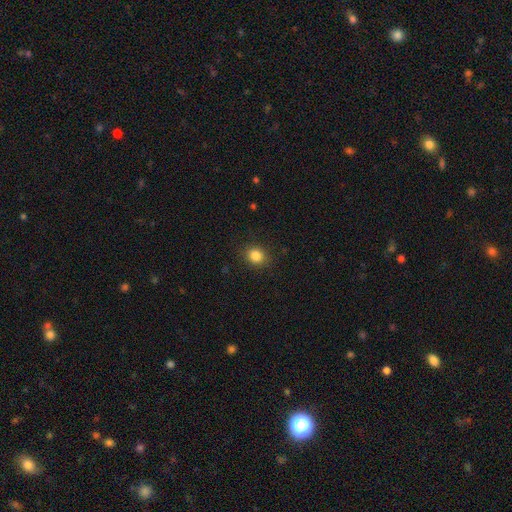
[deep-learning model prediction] This appears to be a smooth galaxy with no disk features (85%) that is round (62%). Merging: none (87%).